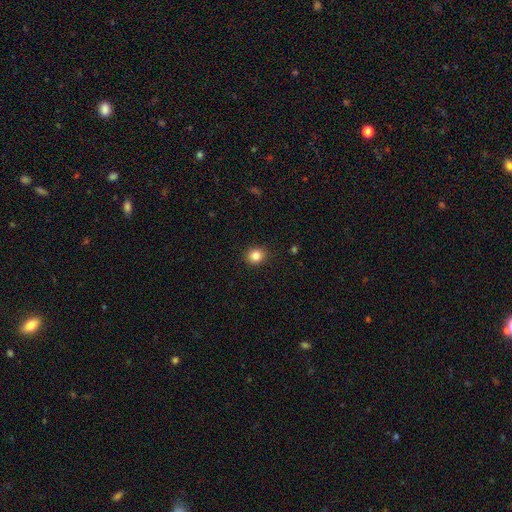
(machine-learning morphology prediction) smooth_or_featured: smooth (p=0.85) [alt: star or artifact p=0.11]
how_rounded: round (p=0.77) [alt: in between p=0.22]
merging: none (p=0.89) [alt: minor disturbance p=0.08]